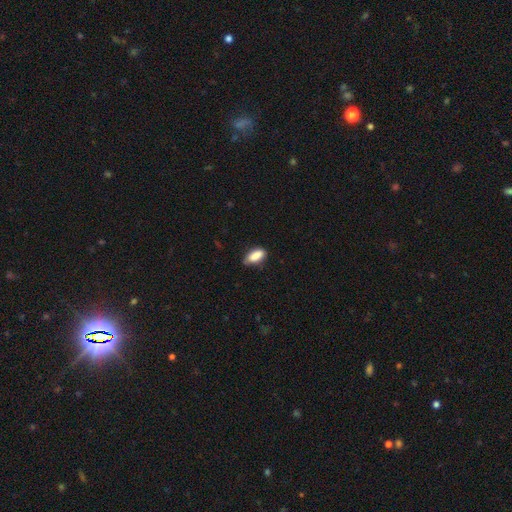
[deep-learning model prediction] This appears to be a smooth galaxy with no disk features (87%) that is in between round and cigar-shaped (87%). Merging: none (71%).